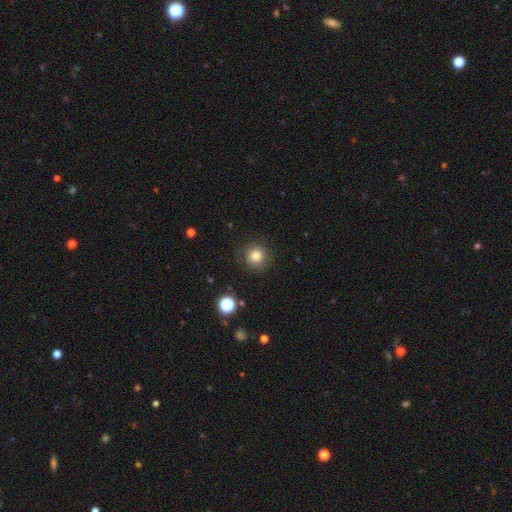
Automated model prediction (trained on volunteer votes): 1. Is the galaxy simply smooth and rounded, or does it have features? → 81% smooth, 12% star or artifact, 7% featured or disk.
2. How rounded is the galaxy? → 93% round, 6% in between, 1% cigar-shaped.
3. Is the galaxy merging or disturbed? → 85% none, 9% minor disturbance, 4% major disturbance, 1% merger.